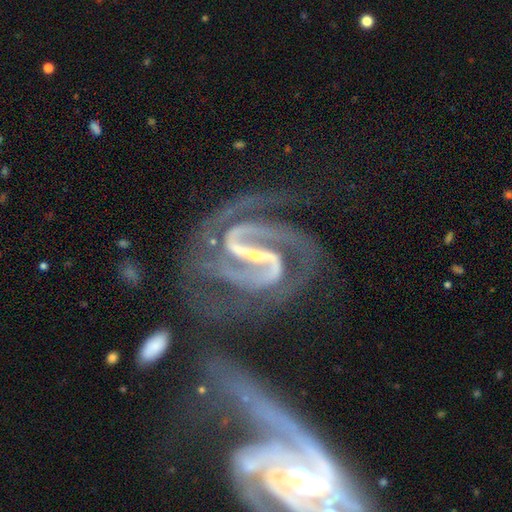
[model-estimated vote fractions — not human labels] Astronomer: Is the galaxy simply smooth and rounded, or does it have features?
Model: featured or disk — 93%.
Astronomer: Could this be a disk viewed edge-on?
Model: no — 98%.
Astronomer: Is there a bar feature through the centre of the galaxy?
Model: strong — 81%.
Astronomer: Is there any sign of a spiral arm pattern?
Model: yes — 99%.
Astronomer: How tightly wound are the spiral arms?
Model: medium — 55% (runner-up: tight, 36%).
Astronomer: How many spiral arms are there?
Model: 2 — 89%.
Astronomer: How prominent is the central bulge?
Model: small — 82%.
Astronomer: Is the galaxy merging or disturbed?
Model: none — 57%.